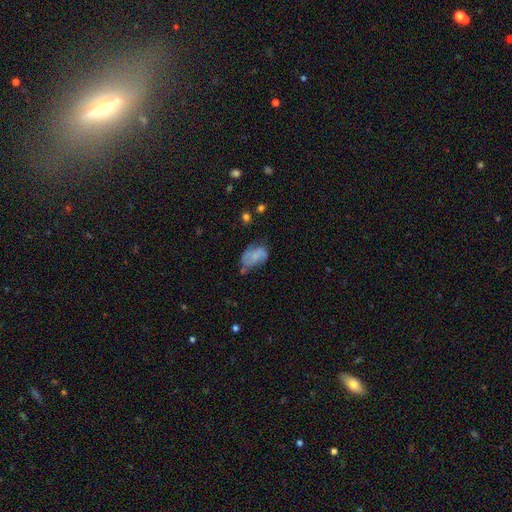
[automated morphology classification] Smooth or featured?
  - smooth: 56% *
  - featured or disk: 34%
  - star or artifact: 10%
How rounded?
  - in between: 89% *
  - round: 9%
  - cigar-shaped: 2%
Merging?
  - none: 36% *
  - minor disturbance: 34%
  - major disturbance: 21%
  - merger: 8%